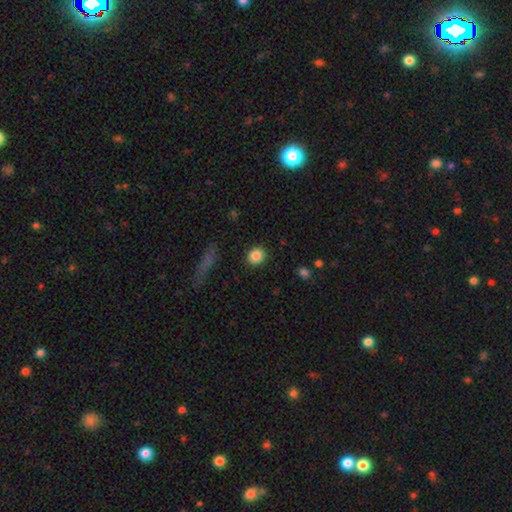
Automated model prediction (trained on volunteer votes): Smooth or featured: smooth — 86% (star or artifact — 9%)
How rounded: round — 73% (in between — 25%)
Merging: none — 90% (minor disturbance — 7%)